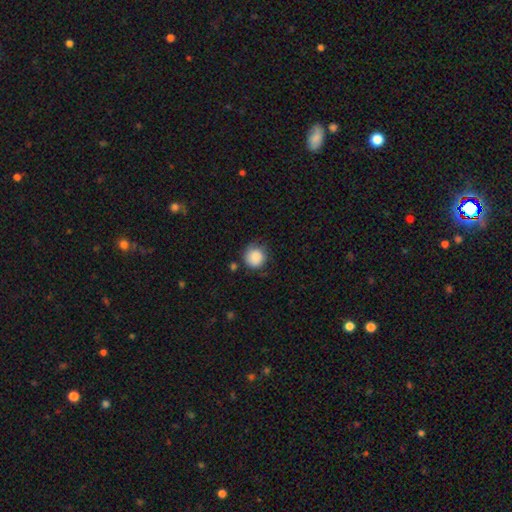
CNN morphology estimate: This appears to be a smooth galaxy with no disk features (88%) that is round (92%). Merging: none (73%).